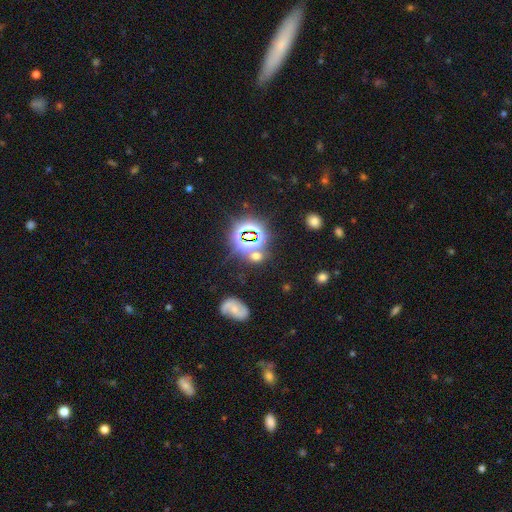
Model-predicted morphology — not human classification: The model was most divided on "smooth or featured": star or artifact: 49%, smooth: 39%, featured or disk: 12%.